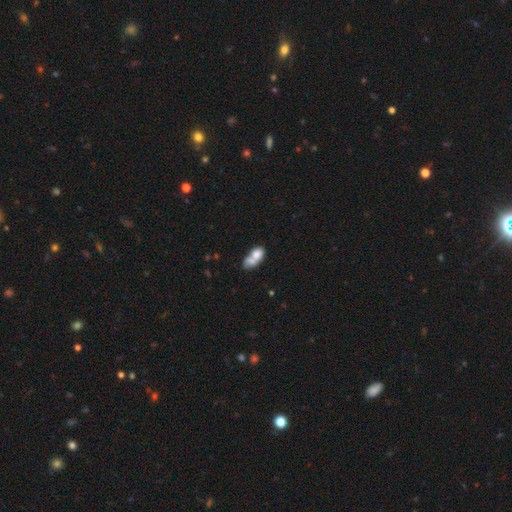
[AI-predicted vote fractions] smooth 70%, featured or disk 21%, star or artifact 9%. Down the decision tree: how rounded — in between (75%); merging — merger (65%).